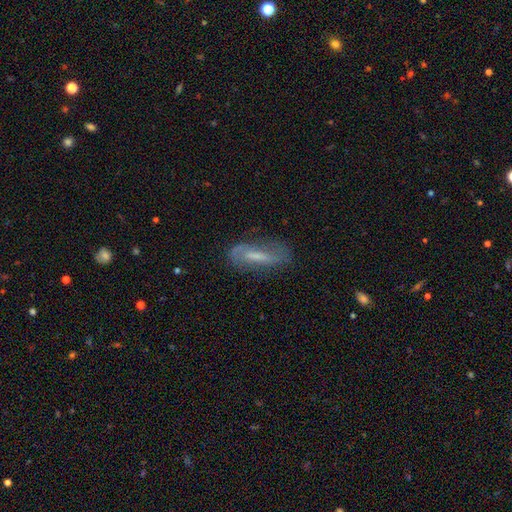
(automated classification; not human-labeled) Q: Smooth or featured?
A: featured or disk (57%); runner-up: smooth (34%)
Q: Edge-on disk?
A: no (78%); runner-up: yes (22%)
Q: Merging?
A: none (64%); runner-up: minor disturbance (23%)